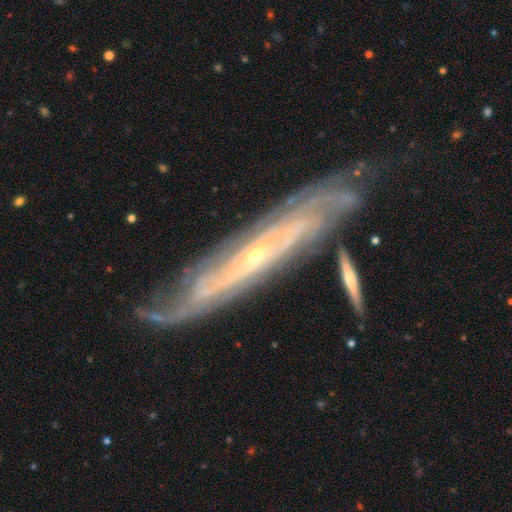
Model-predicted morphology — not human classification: type=featured or disk (87%); edge-on=no (68%); bar=no (61%); spiral arms=yes (95%); winding=tight (69%); arm count=can't tell (45%); bulge=small (85%); merging=none (69%).